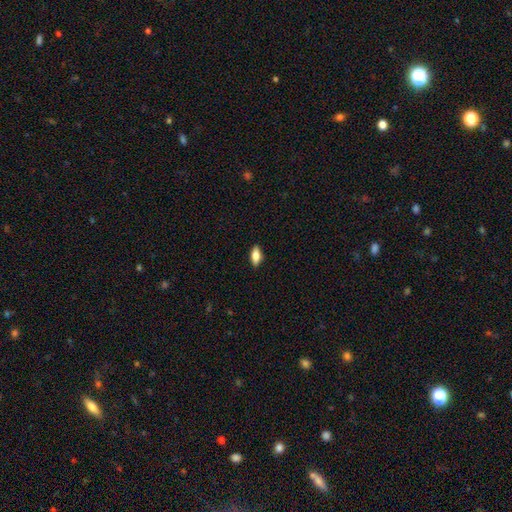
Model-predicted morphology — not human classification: A smooth galaxy with no disk features (73%) that is in between round and cigar-shaped (81%).

Vote fractions:
- Smooth or featured? smooth: 73% / featured or disk: 20% / star or artifact: 7%
- How rounded? in between: 81% / cigar-shaped: 16% / round: 3%
- Merging? none: 88% / minor disturbance: 9% / major disturbance: 2% / merger: 1%